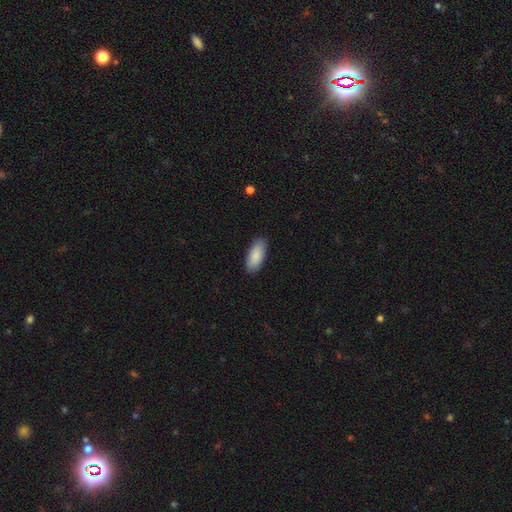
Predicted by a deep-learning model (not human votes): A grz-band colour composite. It shows a smooth galaxy with no disk features (90%) that is in between round and cigar-shaped (86%). Merging: none (88%).